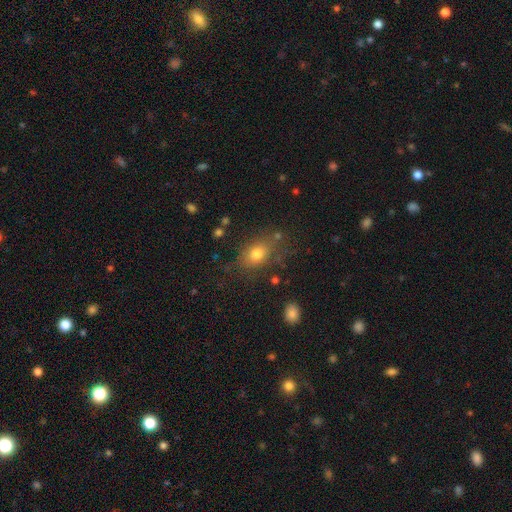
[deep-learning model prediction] This appears to be a smooth galaxy with no disk features (68%) that is in between round and cigar-shaped (59%). Merging: none (77%).